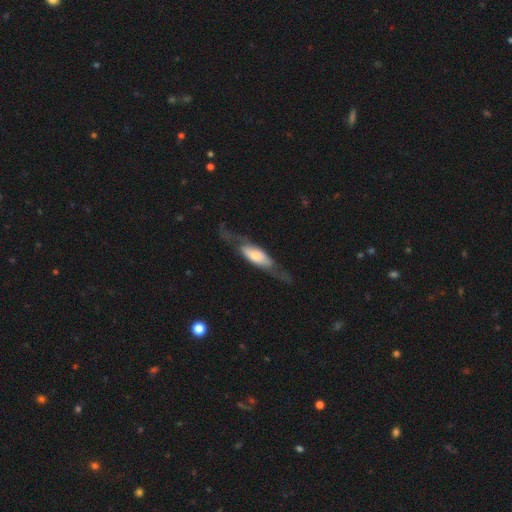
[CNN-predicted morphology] type=featured or disk (57%); edge-on=yes (58%); merging=none (56%).